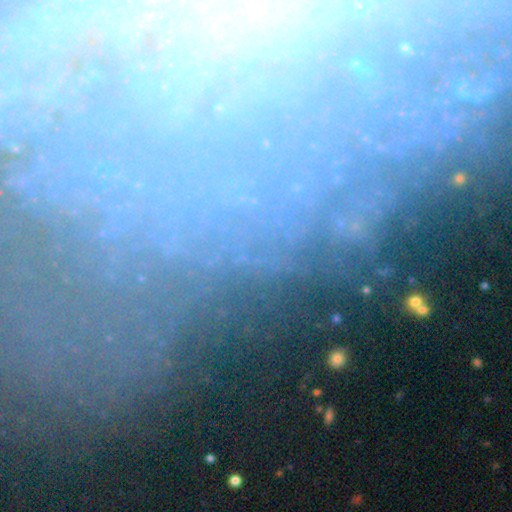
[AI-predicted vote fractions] Morphology: type=featured or disk (44%); merging=none (68%).